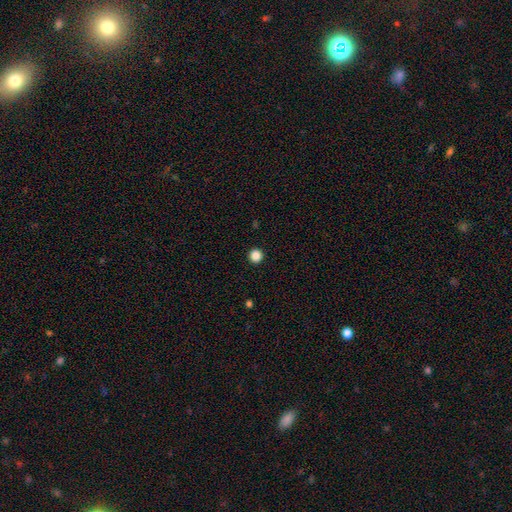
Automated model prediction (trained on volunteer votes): Smooth or featured? Predicted: smooth (p=0.87). How rounded? Predicted: round (p=0.96). Merging? Predicted: none (p=0.94).